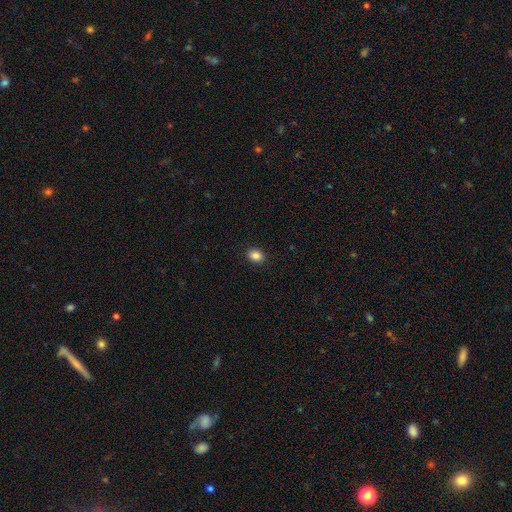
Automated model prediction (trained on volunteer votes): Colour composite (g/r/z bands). It shows a smooth galaxy with no disk features (86%) that is in between round and cigar-shaped (54%). Merging: none (90%).